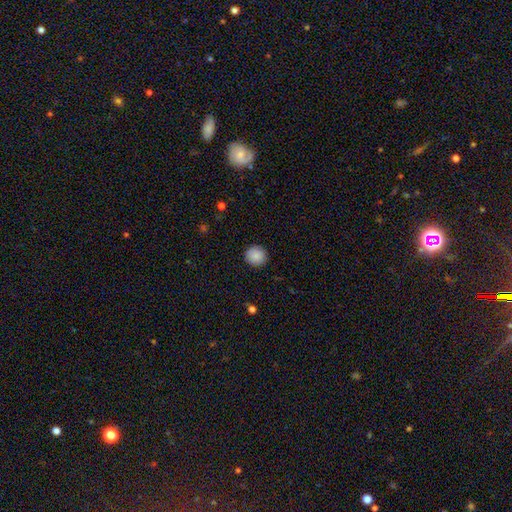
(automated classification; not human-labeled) Smooth or featured: smooth — 88% (star or artifact — 8%)
How rounded: round — 94% (in between — 5%)
Merging: none — 91% (minor disturbance — 6%)